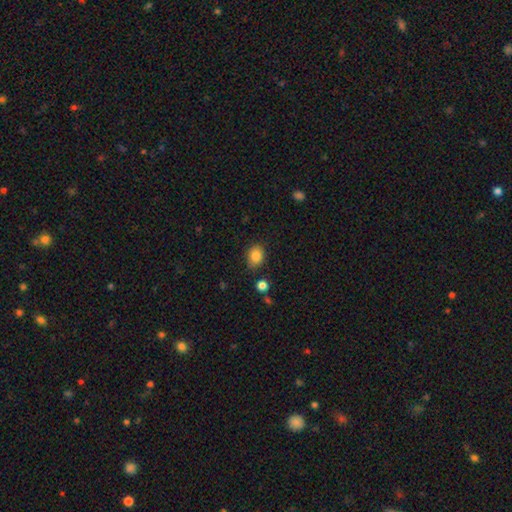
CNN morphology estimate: This is clearly a smooth galaxy (84%). How rounded: possibly round (50%). Merging: likely none (80%).